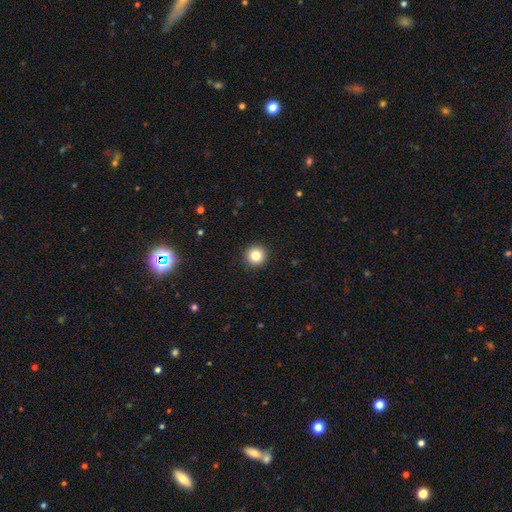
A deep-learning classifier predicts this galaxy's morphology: A smooth galaxy with no disk features (83%) that is round (96%). Merging: none (93%).